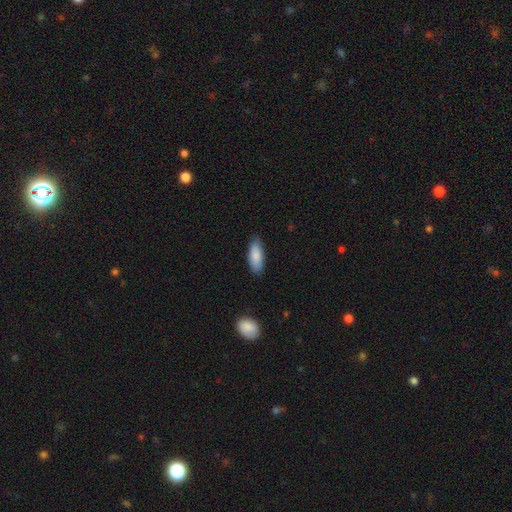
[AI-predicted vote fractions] smooth-or-featured: smooth: 86% | featured or disk: 8% | star or artifact: 6%
  how-rounded: in between: 76% | cigar-shaped: 22% | round: 2%
  merging: none: 83% | minor disturbance: 14% | major disturbance: 2% | merger: 1%